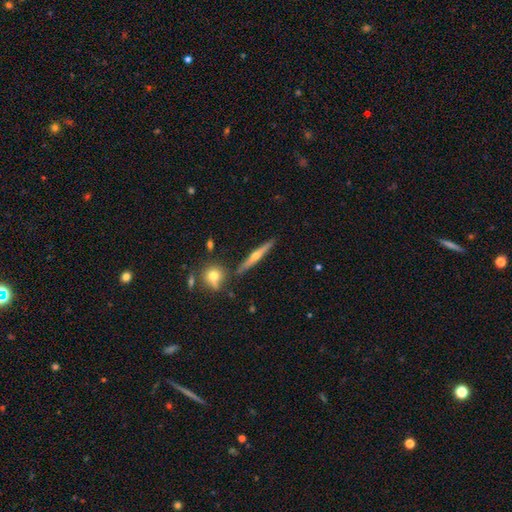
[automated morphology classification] The model was most divided on "smooth or featured": featured or disk: 68%, smooth: 25%, star or artifact: 7%. More confident: edge-on disk — yes (97%); merging — none (86%); edge-on bulge — rounded (86%).